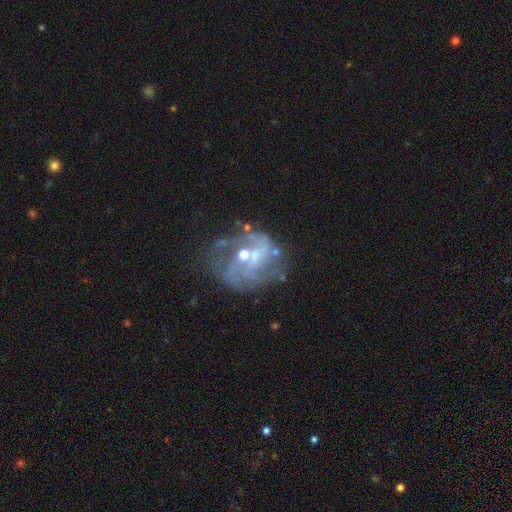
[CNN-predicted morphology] Smooth or featured? Predicted: featured or disk (p=0.76). Edge-on disk? Predicted: no (p=0.98). Bar? Predicted: no (p=0.51). Spiral arms? Predicted: yes (p=0.70). Spiral winding? Predicted: medium (p=0.43). Spiral arm count? Predicted: 2 (p=0.37). Bulge size? Predicted: small (p=0.45). Merging? Predicted: none (p=0.49).